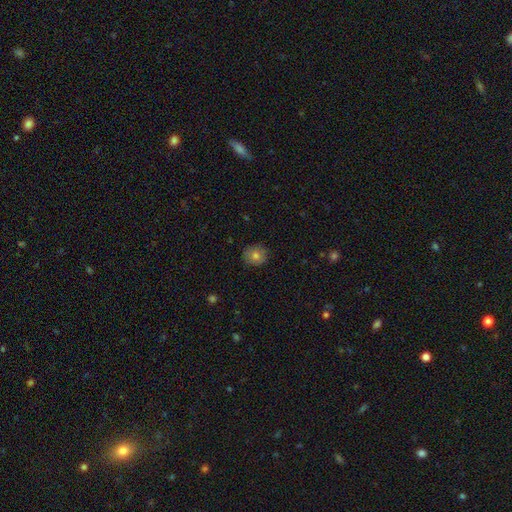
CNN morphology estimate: Smooth or featured: smooth — 79% (featured or disk — 11%)
How rounded: round — 78% (in between — 21%)
Merging: none — 85% (minor disturbance — 11%)